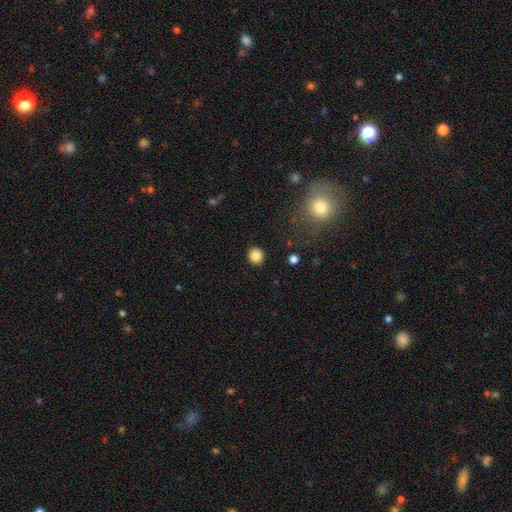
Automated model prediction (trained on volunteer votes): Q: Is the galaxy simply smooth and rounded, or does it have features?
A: smooth — 85%.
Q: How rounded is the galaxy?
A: round — 90%.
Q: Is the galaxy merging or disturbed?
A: none — 91%.